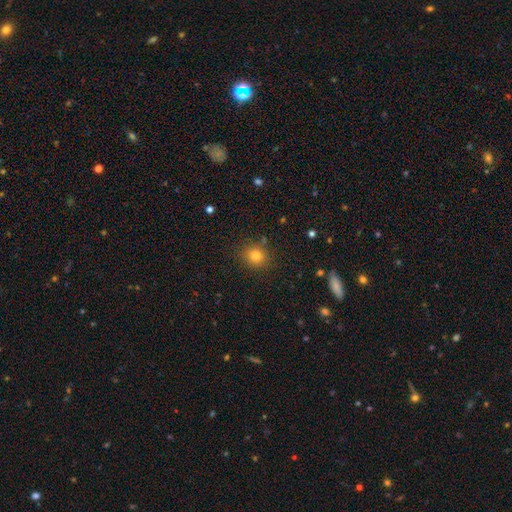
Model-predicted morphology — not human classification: smooth-or-featured: smooth: 78% | star or artifact: 15% | featured or disk: 7%
  how-rounded: round: 84% | in between: 15% | cigar-shaped: 1%
  merging: none: 85% | minor disturbance: 9% | merger: 3% | major disturbance: 3%